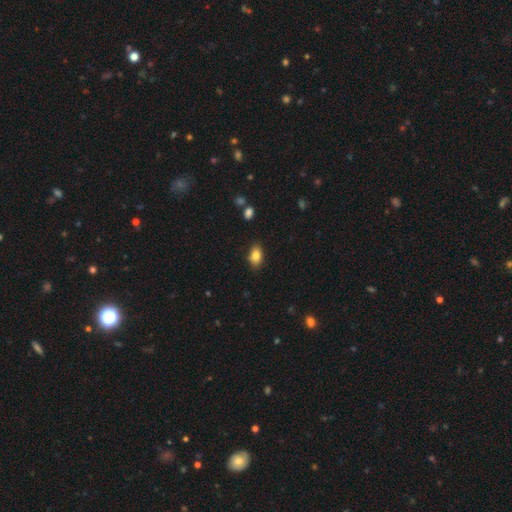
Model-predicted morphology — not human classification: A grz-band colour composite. It shows a smooth galaxy with no disk features (84%) that is in between round and cigar-shaped (86%). Merging: none (82%).